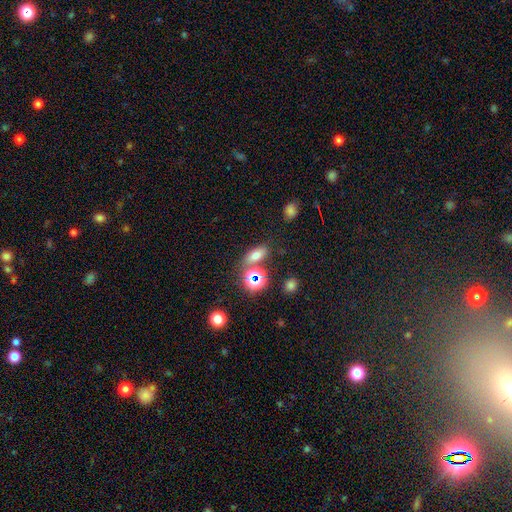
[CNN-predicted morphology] This appears to be a smooth galaxy with no disk features (64%) that is in between round and cigar-shaped (73%). Merging: none (67%).